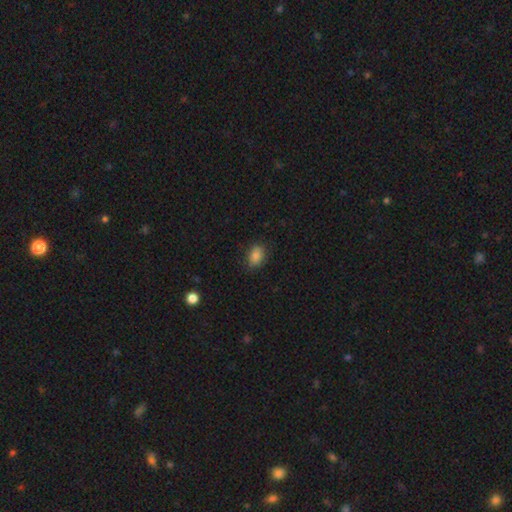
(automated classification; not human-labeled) Q: Smooth or featured?
A: smooth (86%); runner-up: star or artifact (9%)
Q: How rounded?
A: in between (81%); runner-up: round (18%)
Q: Merging?
A: none (83%); runner-up: minor disturbance (13%)